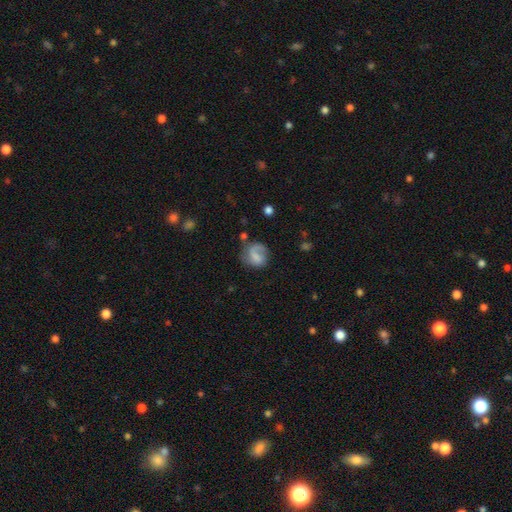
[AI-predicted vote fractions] The model was most divided on "smooth or featured": smooth: 47%, featured or disk: 45%, star or artifact: 9%. More confident: merging — none (51%).